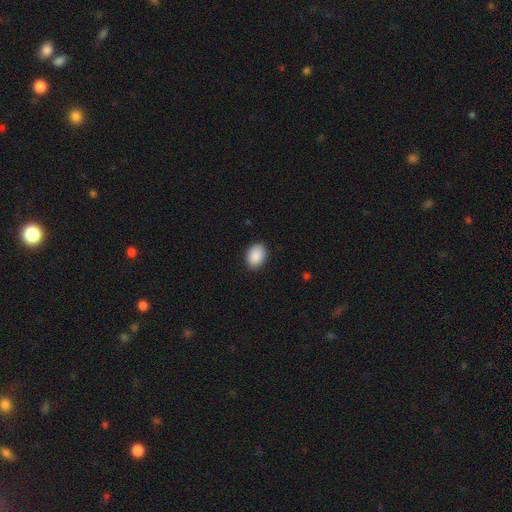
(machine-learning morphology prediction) Smooth or featured: smooth — 90% (star or artifact — 7%)
How rounded: in between — 75% (round — 24%)
Merging: none — 89% (minor disturbance — 8%)